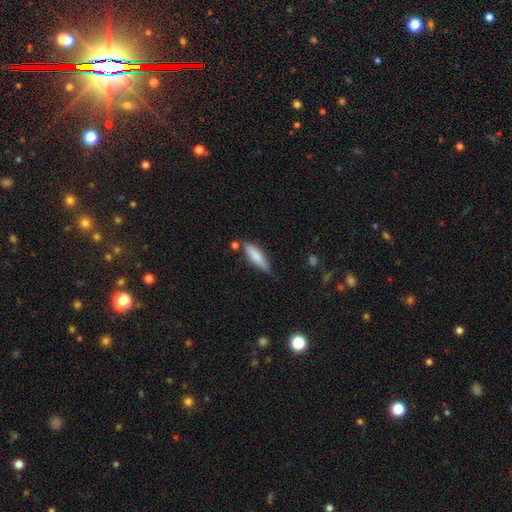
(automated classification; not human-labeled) A smooth galaxy with no disk features (74%) that is cigar-shaped (67%). Merging: none (65%).